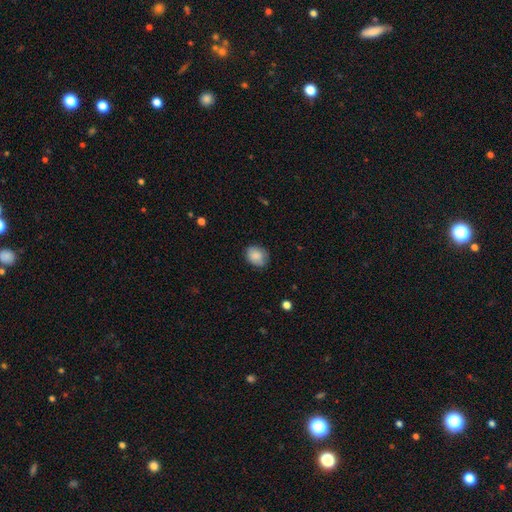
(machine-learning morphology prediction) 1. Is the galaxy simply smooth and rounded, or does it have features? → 85% smooth, 7% star or artifact, 7% featured or disk.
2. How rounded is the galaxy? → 56% in between, 43% round, 1% cigar-shaped.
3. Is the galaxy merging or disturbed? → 75% none, 20% minor disturbance, 4% major disturbance, 1% merger.